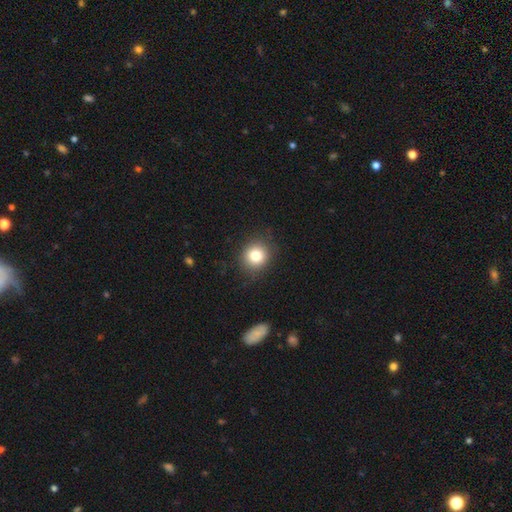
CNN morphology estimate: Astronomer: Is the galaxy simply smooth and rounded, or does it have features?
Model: smooth — 81%.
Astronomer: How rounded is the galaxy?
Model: round — 83%.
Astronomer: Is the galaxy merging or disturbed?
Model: none — 87%.